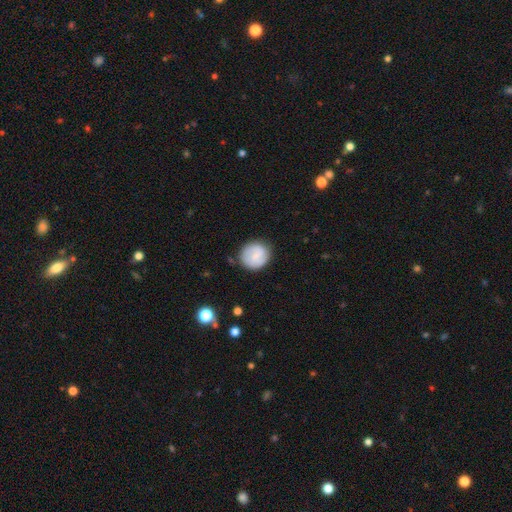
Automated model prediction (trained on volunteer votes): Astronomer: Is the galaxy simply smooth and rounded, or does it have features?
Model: smooth — 60%.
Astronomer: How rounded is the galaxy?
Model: round — 87%.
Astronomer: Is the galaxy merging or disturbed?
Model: none — 81%.